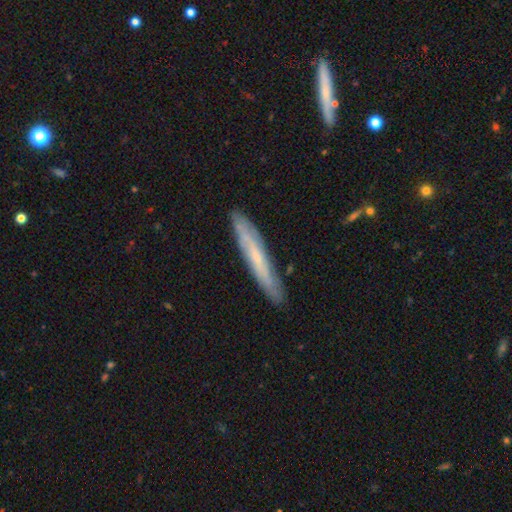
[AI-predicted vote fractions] A featured or disk galaxy (49%). Merging: none (85%).